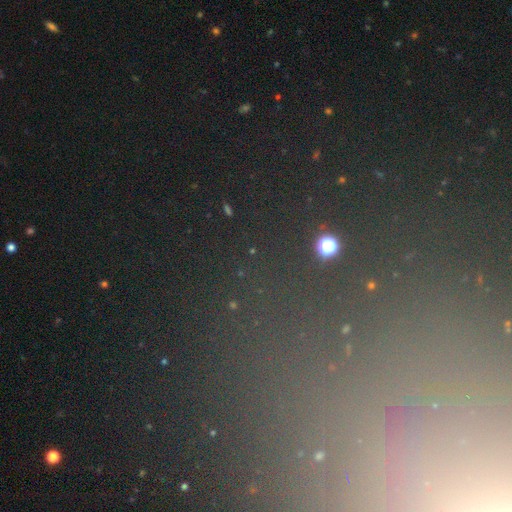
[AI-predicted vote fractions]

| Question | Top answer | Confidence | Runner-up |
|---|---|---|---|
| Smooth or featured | star or artifact | 70% | smooth (20%) |